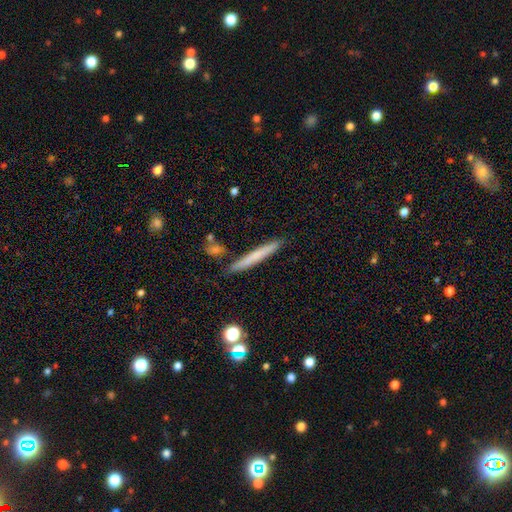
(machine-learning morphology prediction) Smooth or featured? smooth (62%)
How rounded? cigar-shaped (96%)
Merging? none (86%)